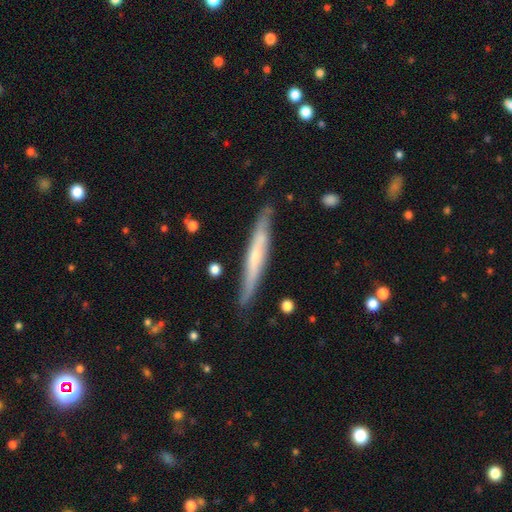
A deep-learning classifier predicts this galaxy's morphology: Q: Smooth or featured?
A: featured or disk (53%); runner-up: smooth (41%)
Q: Edge-on disk?
A: yes (89%); runner-up: no (11%)
Q: Merging?
A: none (82%); runner-up: minor disturbance (14%)